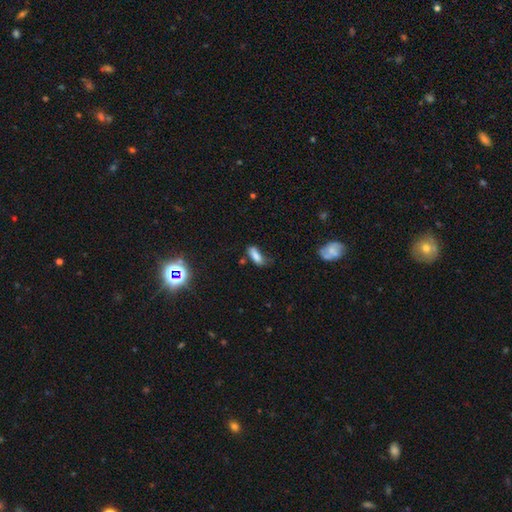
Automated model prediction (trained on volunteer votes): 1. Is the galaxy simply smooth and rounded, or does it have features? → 77% smooth, 12% star or artifact, 11% featured or disk.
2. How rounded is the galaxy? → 74% in between, 23% cigar-shaped, 3% round.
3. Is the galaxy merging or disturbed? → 38% none, 35% minor disturbance, 20% major disturbance, 7% merger.